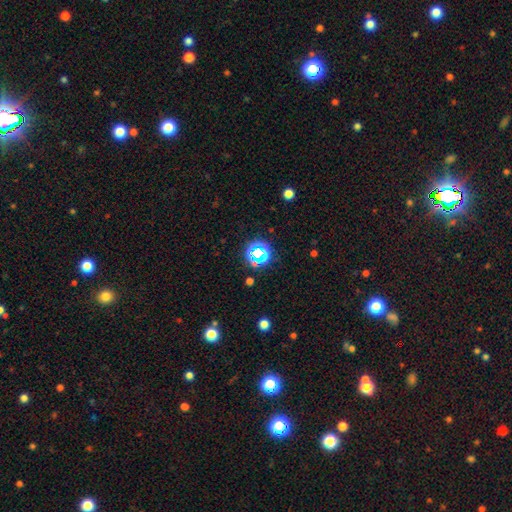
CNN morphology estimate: smooth_or_featured: star or artifact (p=0.62) [alt: smooth p=0.27]